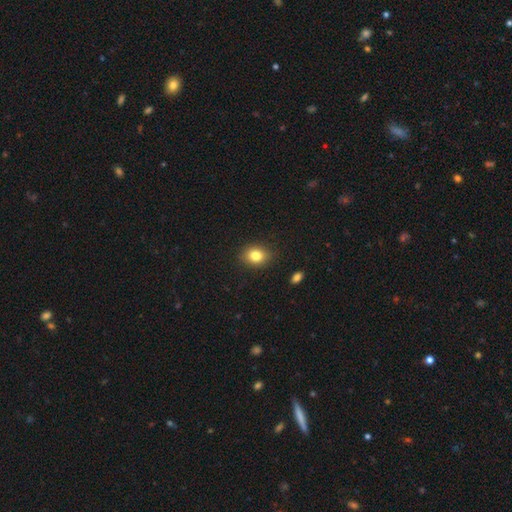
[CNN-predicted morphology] Overall: smooth (82%). How rounded: in between (50%; round 49%). Merging: none (87%).